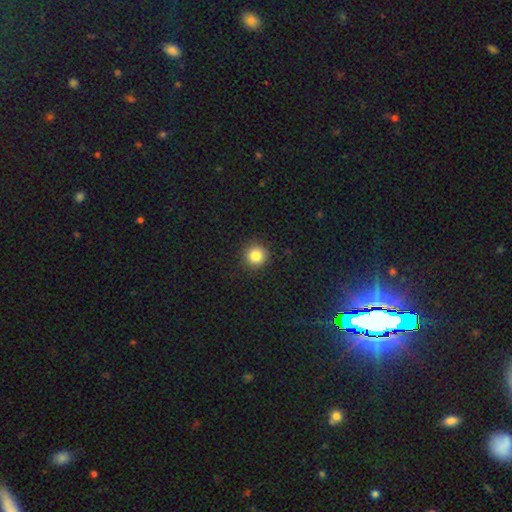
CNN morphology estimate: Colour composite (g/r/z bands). It shows a smooth galaxy with no disk features (84%) that is round (94%). Merging: none (91%).